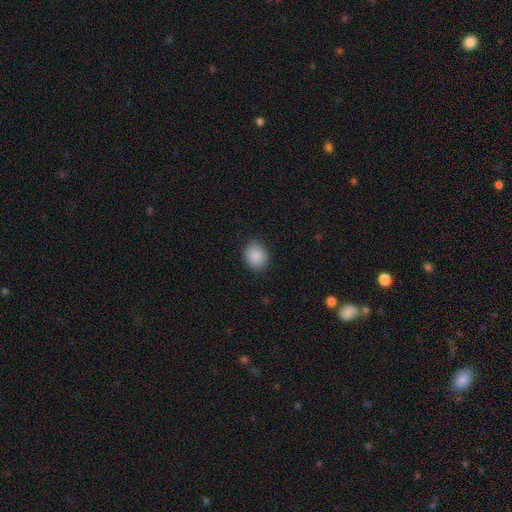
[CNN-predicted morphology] A smooth galaxy with no disk features (89%) that is round (65%).

Vote fractions:
- Smooth or featured? smooth: 89% / star or artifact: 8% / featured or disk: 3%
- How rounded? round: 65% / in between: 34% / cigar-shaped: 1%
- Merging? none: 88% / minor disturbance: 8% / major disturbance: 2% / merger: 1%